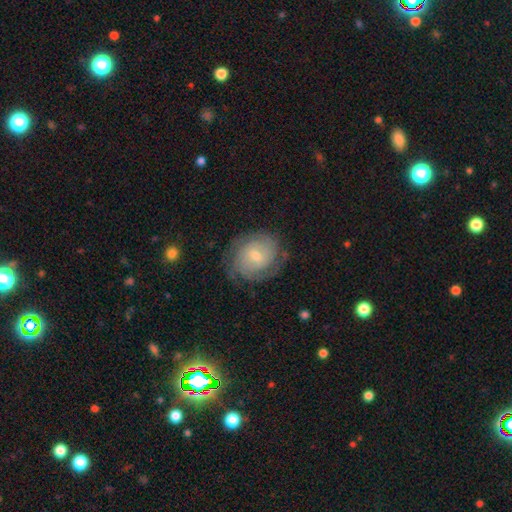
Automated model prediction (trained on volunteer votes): Smooth or featured?
  - featured or disk: 72% *
  - smooth: 20%
  - star or artifact: 8%
Edge-on disk?
  - no: 97% *
  - yes: 3%
Bar?
  - no: 54% *
  - weak: 38%
  - strong: 7%
Spiral arms?
  - yes: 91% *
  - no: 9%
Spiral winding?
  - tight: 68% *
  - medium: 25%
  - loose: 7%
Spiral arm count?
  - can't tell: 40% *
  - 2: 30%
  - 3: 14%
  - 4: 6%
  - 1: 5%
  - more than 4: 4%
Bulge size?
  - small: 56% *
  - moderate: 39%
  - large: 2%
  - none: 2%
  - dominant: 1%
Merging?
  - none: 75% *
  - minor disturbance: 16%
  - major disturbance: 8%
  - merger: 1%